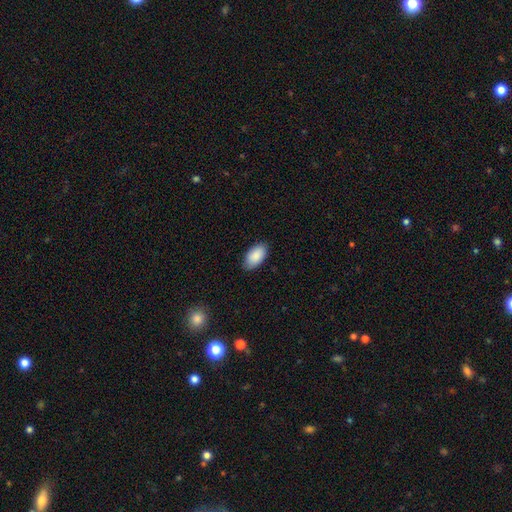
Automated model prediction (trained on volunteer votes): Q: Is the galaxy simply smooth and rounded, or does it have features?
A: smooth — 89%.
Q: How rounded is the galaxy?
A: in between — 95%.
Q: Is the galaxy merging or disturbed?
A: none — 83%.